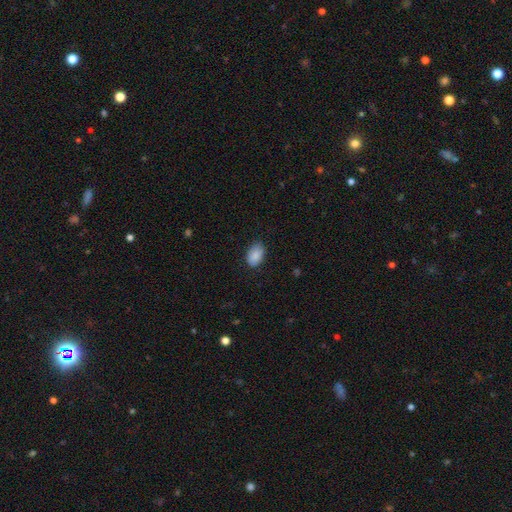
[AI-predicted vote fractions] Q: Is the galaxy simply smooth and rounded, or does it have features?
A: smooth — 88%.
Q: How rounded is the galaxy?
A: in between — 90%.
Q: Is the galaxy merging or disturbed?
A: none — 83%.